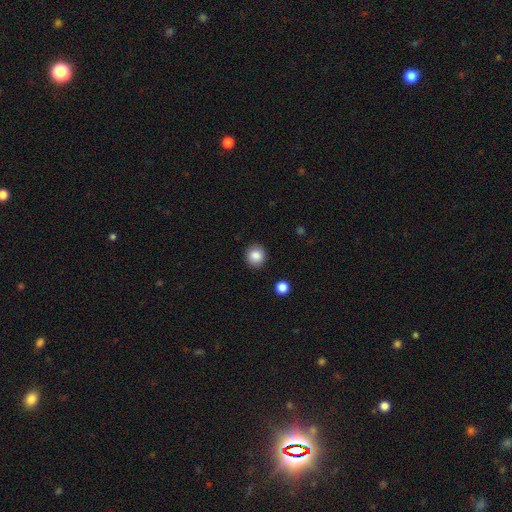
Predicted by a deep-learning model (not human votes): This is clearly a smooth galaxy (86%). How rounded: clearly round (90%). Merging: clearly none (90%).